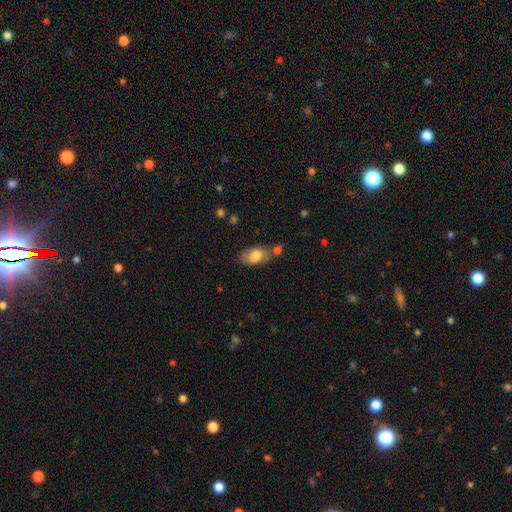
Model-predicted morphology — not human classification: Smooth or featured?
  - smooth: 70% *
  - featured or disk: 22%
  - star or artifact: 7%
How rounded?
  - in between: 90% *
  - round: 6%
  - cigar-shaped: 5%
Merging?
  - none: 52% *
  - merger: 21%
  - minor disturbance: 21%
  - major disturbance: 7%